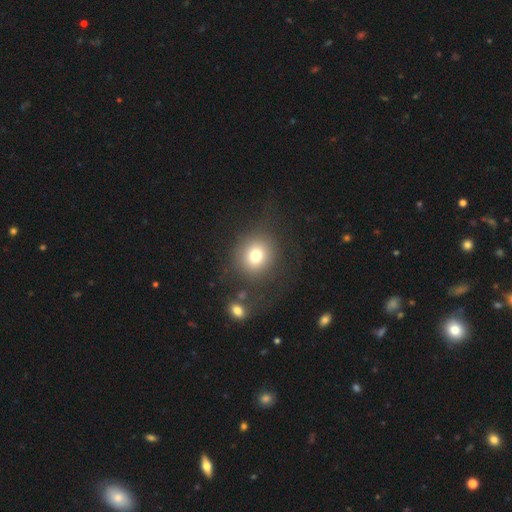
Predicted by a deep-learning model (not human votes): The model was most divided on "smooth or featured": smooth: 74%, star or artifact: 14%, featured or disk: 12%. More confident: how rounded — round (86%); merging — none (79%).